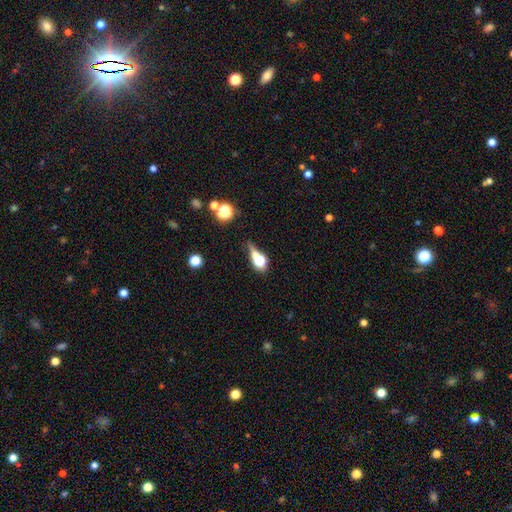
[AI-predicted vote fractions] Morphology: type=smooth (63%); roundness=in between (42%); merging=none (37%).